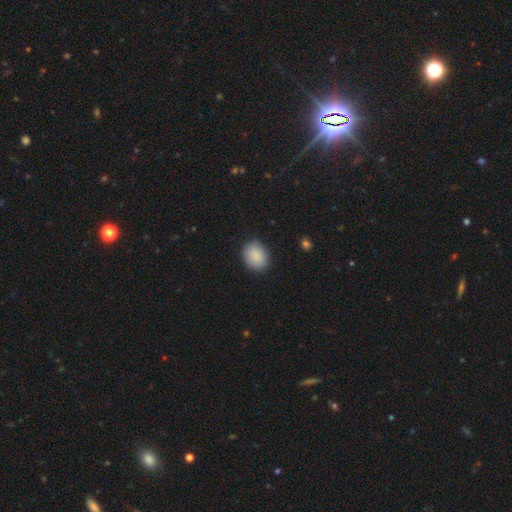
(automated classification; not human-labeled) smooth 89%, star or artifact 7%, featured or disk 5%. Down the decision tree: how rounded — round (52%); merging — none (83%).